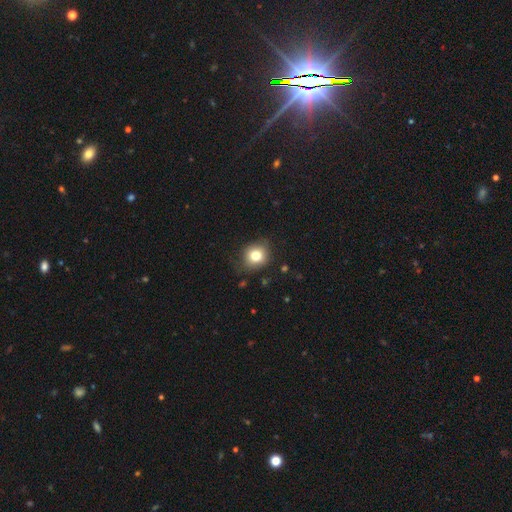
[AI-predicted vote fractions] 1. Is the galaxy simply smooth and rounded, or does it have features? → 78% smooth, 12% star or artifact, 11% featured or disk.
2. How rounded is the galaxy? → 78% round, 21% in between, 1% cigar-shaped.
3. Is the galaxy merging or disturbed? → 78% none, 16% minor disturbance, 4% major disturbance, 1% merger.